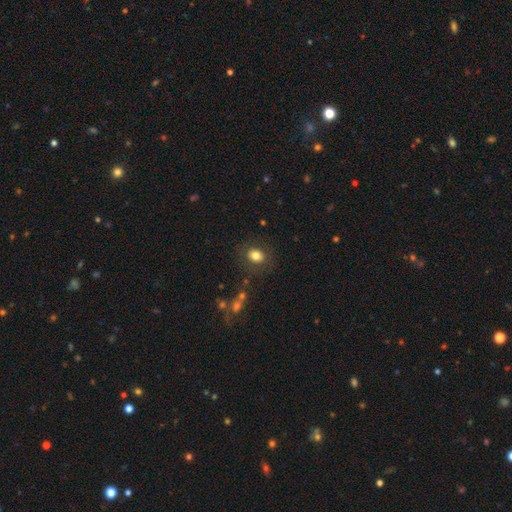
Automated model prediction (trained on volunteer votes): A smooth galaxy with no disk features (80%) that is in between round and cigar-shaped (51%).

Vote fractions:
- Smooth or featured? smooth: 80% / featured or disk: 10% / star or artifact: 10%
- How rounded? in between: 51% / round: 48% / cigar-shaped: 1%
- Merging? none: 81% / minor disturbance: 12% / major disturbance: 5% / merger: 2%